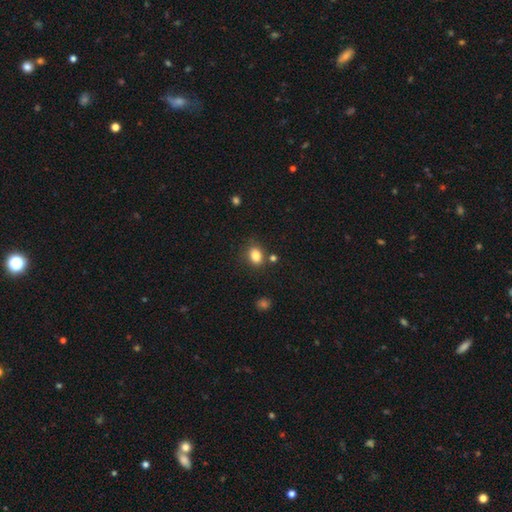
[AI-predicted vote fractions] This is clearly a smooth galaxy (84%). How rounded: likely in between (62%). Merging: likely none (75%).